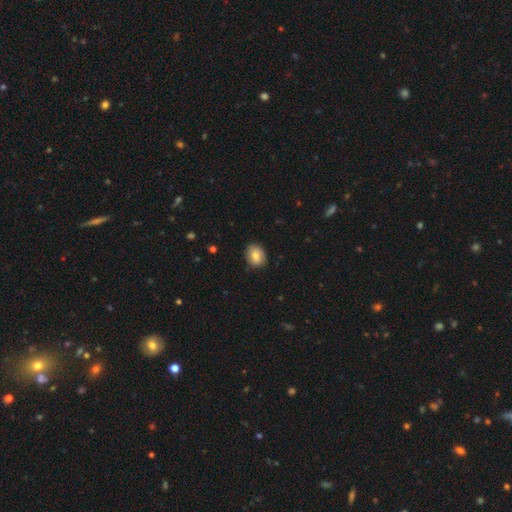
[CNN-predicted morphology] smooth 79%, featured or disk 13%, star or artifact 8%. Down the decision tree: how rounded — in between (50%); merging — none (85%).